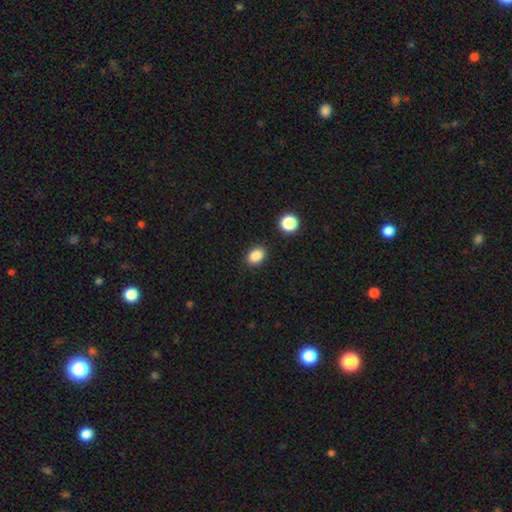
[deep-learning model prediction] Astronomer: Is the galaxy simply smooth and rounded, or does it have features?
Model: smooth — 87%.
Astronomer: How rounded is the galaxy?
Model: in between — 73%.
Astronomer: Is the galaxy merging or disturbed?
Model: none — 87%.